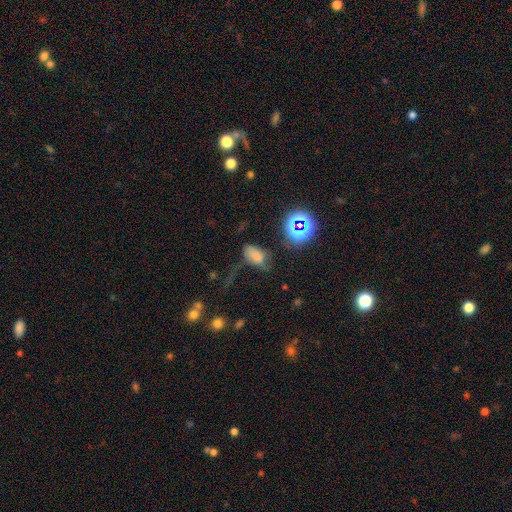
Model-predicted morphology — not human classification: smooth 62%, star or artifact 23%, featured or disk 15%. Down the decision tree: how rounded — in between (89%); merging — major disturbance (36%).